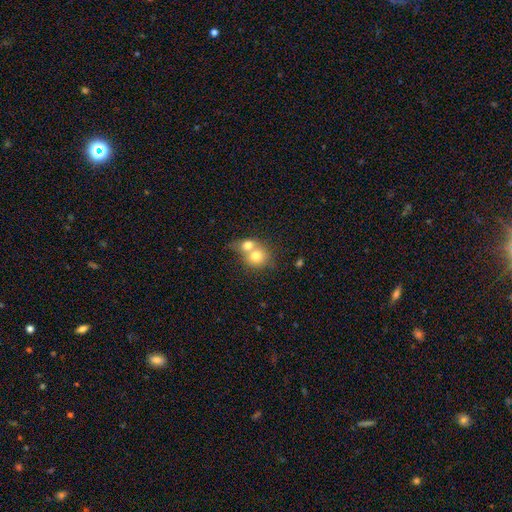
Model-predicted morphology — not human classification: smooth_or_featured: smooth (p=0.73) [alt: featured or disk p=0.19]
how_rounded: round (p=0.74) [alt: in between p=0.25]
merging: merger (p=0.70) [alt: none p=0.22]